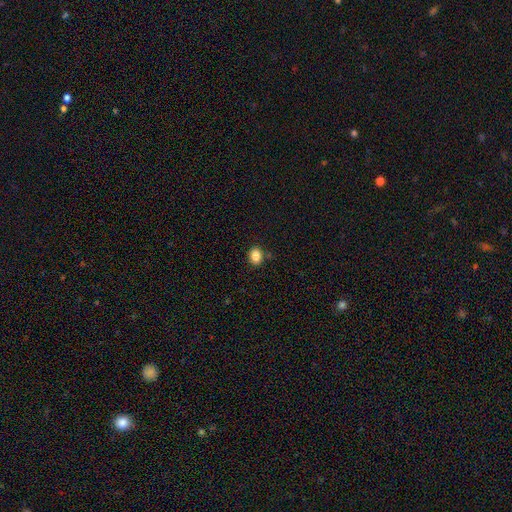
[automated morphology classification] This is clearly a smooth galaxy (86%). How rounded: likely in between (62%). Merging: clearly none (85%).